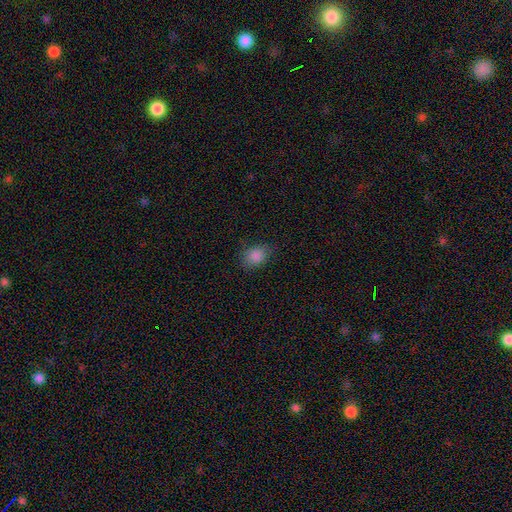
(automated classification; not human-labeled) A smooth galaxy with no disk features (86%) that is in between round and cigar-shaped (57%). Merging: none (76%).